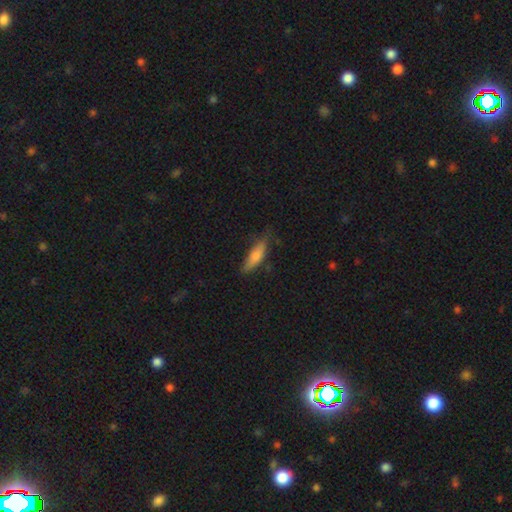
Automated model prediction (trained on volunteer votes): Overall: smooth (73%). How rounded: cigar-shaped (62%; in between 37%). Merging: none (67%).